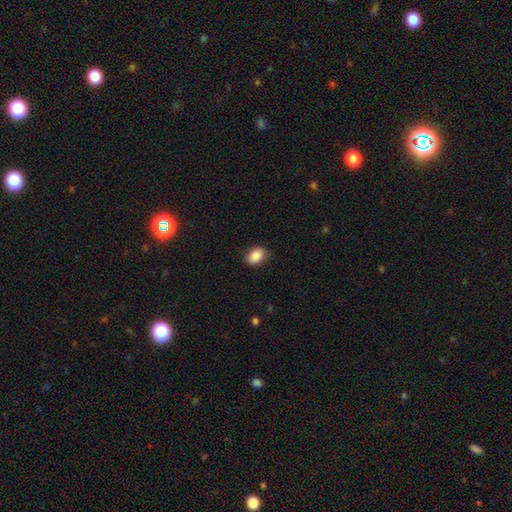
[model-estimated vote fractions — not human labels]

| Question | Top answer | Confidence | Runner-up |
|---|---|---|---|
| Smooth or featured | smooth | 88% | star or artifact (8%) |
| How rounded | in between | 74% | round (25%) |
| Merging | none | 85% | minor disturbance (12%) |